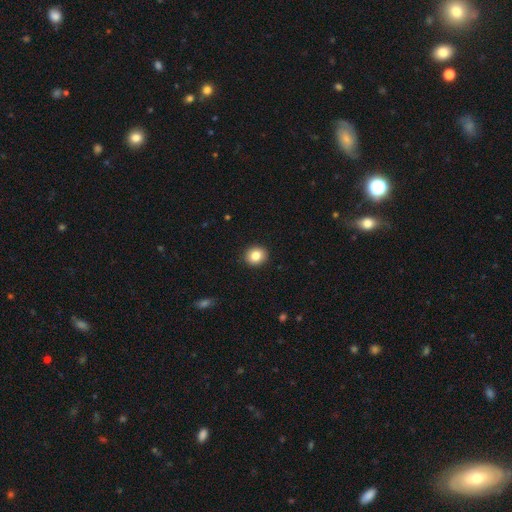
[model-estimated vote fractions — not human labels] Q: Smooth or featured?
A: smooth (83%); runner-up: star or artifact (10%)
Q: How rounded?
A: round (82%); runner-up: in between (17%)
Q: Merging?
A: none (92%); runner-up: minor disturbance (5%)